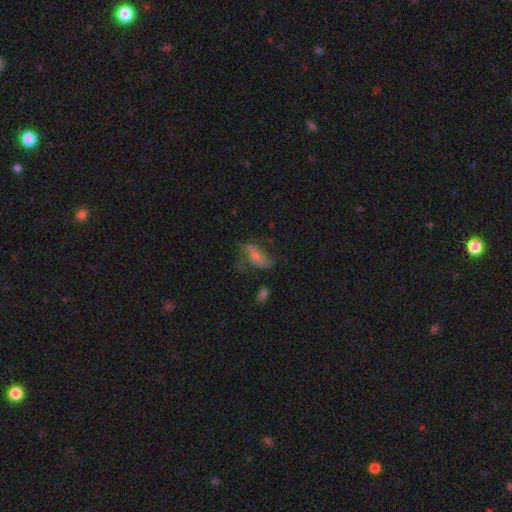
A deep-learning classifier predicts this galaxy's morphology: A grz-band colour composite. It shows a featured or disk galaxy (52%). Merging: none (44%).